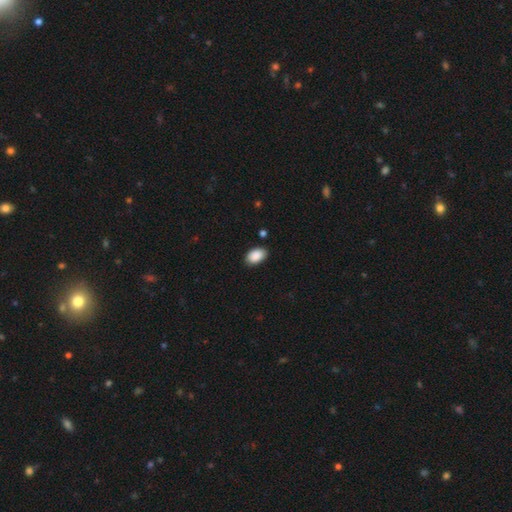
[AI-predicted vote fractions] The model was most divided on "merging": none: 84%, minor disturbance: 12%, major disturbance: 2%, merger: 1%. More confident: how rounded — in between (92%); smooth or featured — smooth (90%).